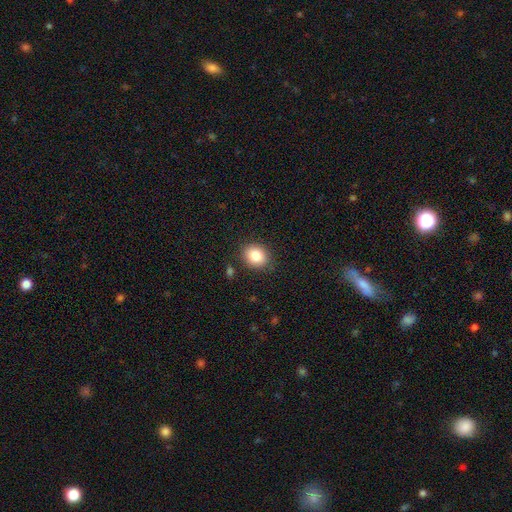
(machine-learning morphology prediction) smooth_or_featured: smooth (p=0.84) [alt: star or artifact p=0.09]
how_rounded: round (p=0.63) [alt: in between p=0.37]
merging: none (p=0.86) [alt: minor disturbance p=0.09]